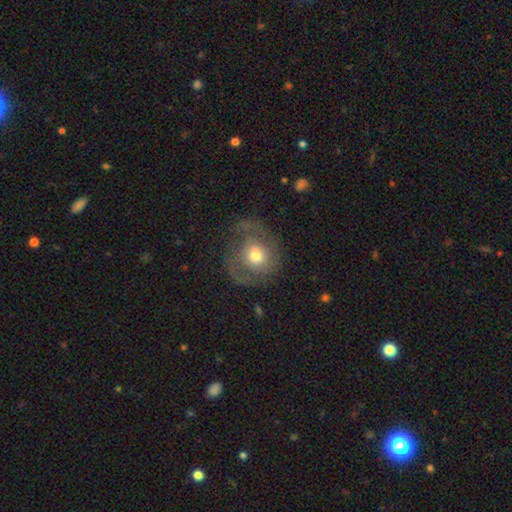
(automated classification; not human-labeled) smooth_or_featured: featured or disk (p=0.50) [alt: smooth p=0.42]
disk_edge_on: no (p=0.96) [alt: yes p=0.04]
merging: none (p=0.58) [alt: minor disturbance p=0.20]